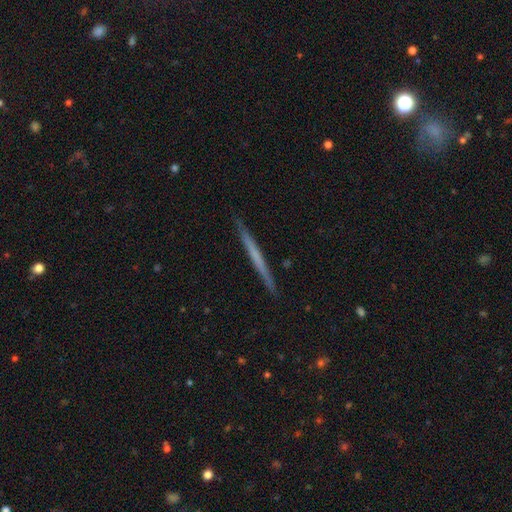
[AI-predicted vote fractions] smooth-or-featured: featured or disk: 50% | smooth: 45% | star or artifact: 6%
  merging: none: 91% | minor disturbance: 6% | major disturbance: 1% | merger: 1%